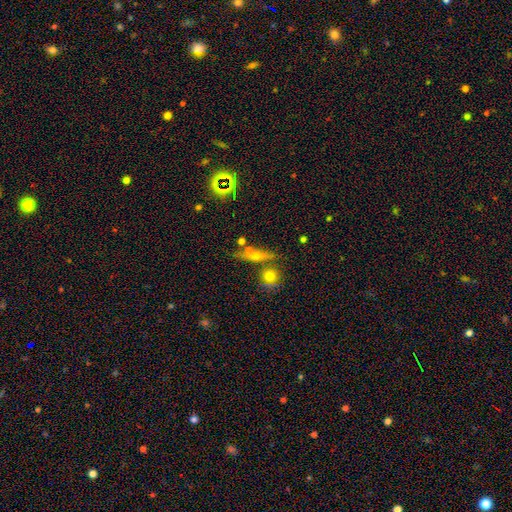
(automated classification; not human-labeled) Overall: smooth (45%; featured or disk 43%). Merging: none (65%).